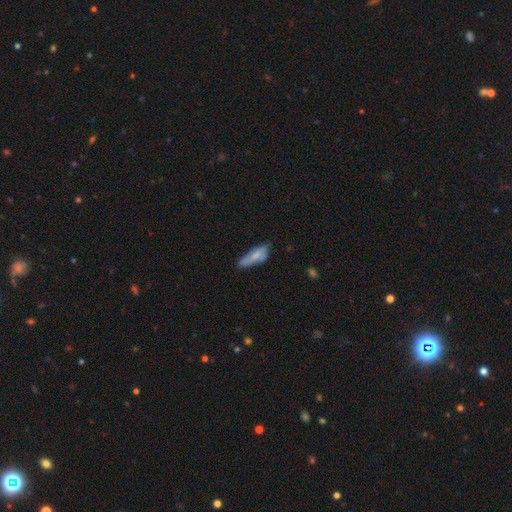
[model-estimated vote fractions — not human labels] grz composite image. It shows a smooth galaxy with no disk features (68%) that is in between round and cigar-shaped (61%). Merging: none (46%).